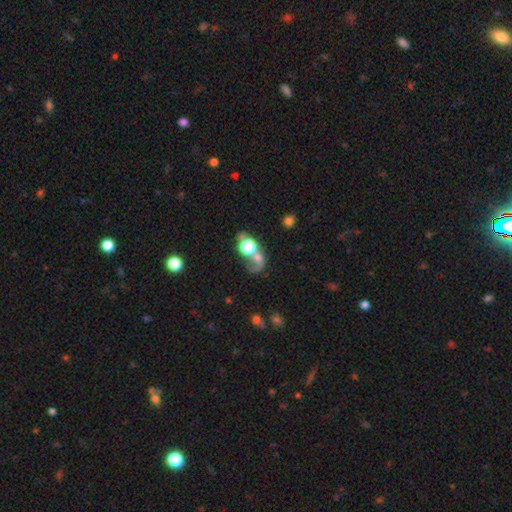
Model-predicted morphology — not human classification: Smooth or featured? smooth (43%)
Merging? merger (42%)